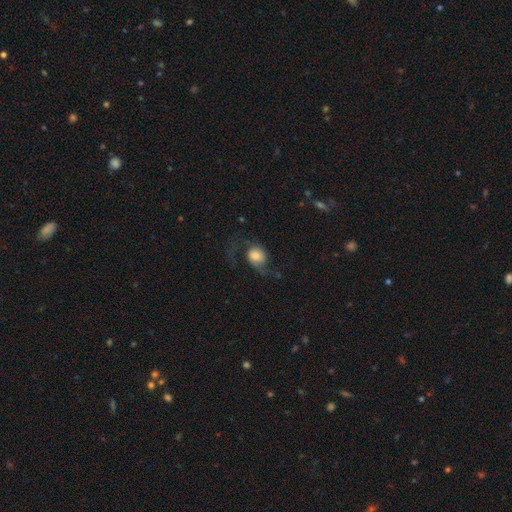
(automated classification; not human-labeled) Smooth or featured: featured or disk — 50% (smooth — 42%)
Edge-on disk: no — 96% (yes — 4%)
Merging: none — 46% (major disturbance — 33%)